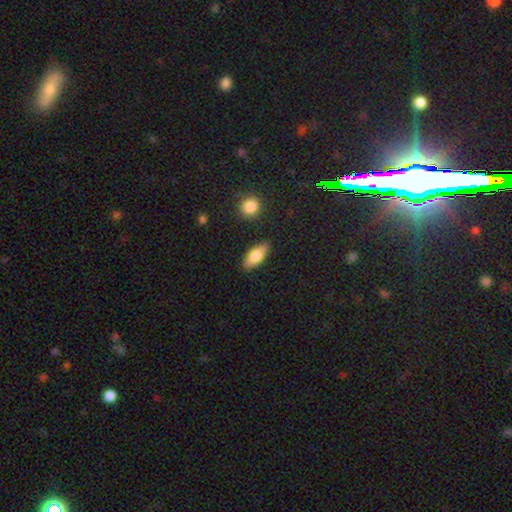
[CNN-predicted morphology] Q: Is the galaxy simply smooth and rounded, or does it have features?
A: smooth — 76%.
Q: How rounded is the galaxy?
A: in between — 80%.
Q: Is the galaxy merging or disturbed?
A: none — 84%.